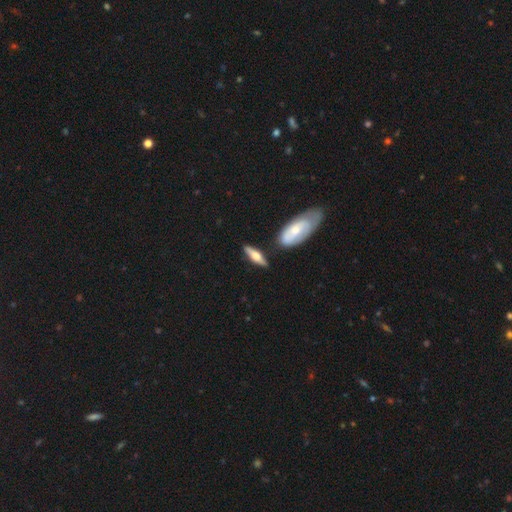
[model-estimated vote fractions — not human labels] Smooth or featured: featured or disk — 58% (smooth — 36%)
Edge-on disk: yes — 92% (no — 8%)
Edge-on bulge: rounded — 93% (boxy — 5%)
Merging: none — 79% (minor disturbance — 12%)